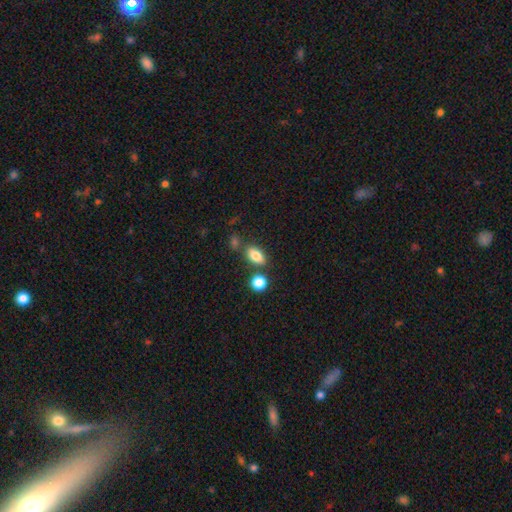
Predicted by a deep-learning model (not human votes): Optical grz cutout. It shows a smooth galaxy with no disk features (82%) that is in between round and cigar-shaped (85%). Merging: none (70%).